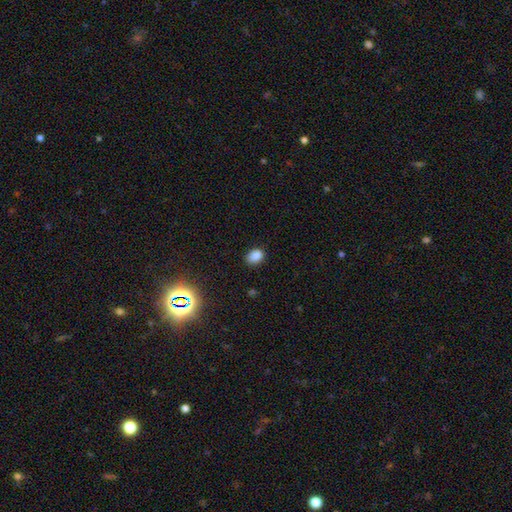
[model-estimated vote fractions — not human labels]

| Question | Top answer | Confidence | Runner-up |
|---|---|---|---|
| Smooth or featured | smooth | 84% | star or artifact (12%) |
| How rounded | in between | 73% | round (26%) |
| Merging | none | 82% | minor disturbance (14%) |